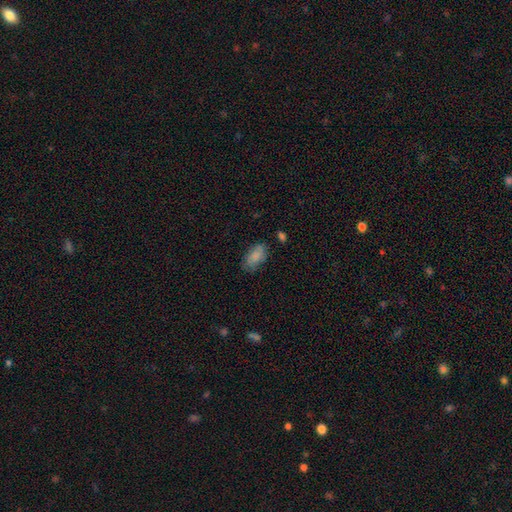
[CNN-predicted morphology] smooth_or_featured: smooth (p=0.84) [alt: featured or disk p=0.09]
how_rounded: in between (p=0.93) [alt: round p=0.04]
merging: none (p=0.70) [alt: minor disturbance p=0.22]